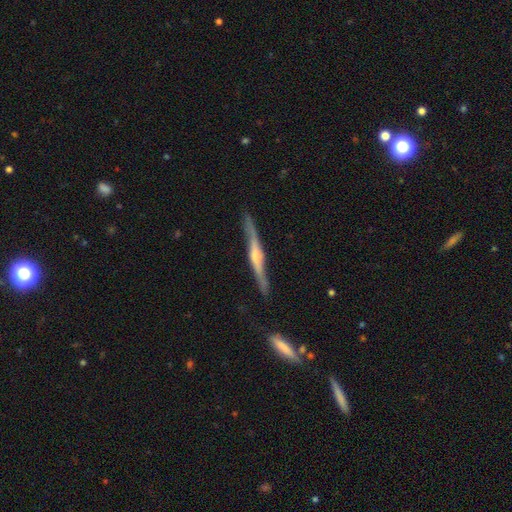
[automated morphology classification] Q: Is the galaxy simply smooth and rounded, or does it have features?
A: featured or disk — 77%.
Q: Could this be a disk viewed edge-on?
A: yes — 95%.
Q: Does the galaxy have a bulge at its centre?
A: rounded — 67%.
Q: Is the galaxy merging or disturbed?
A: none — 82%.